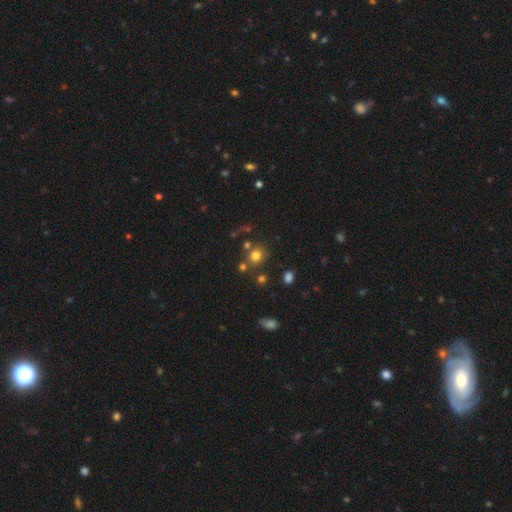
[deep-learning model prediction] This appears to be a smooth galaxy with no disk features (75%) that is round (85%). Merging: none (70%).